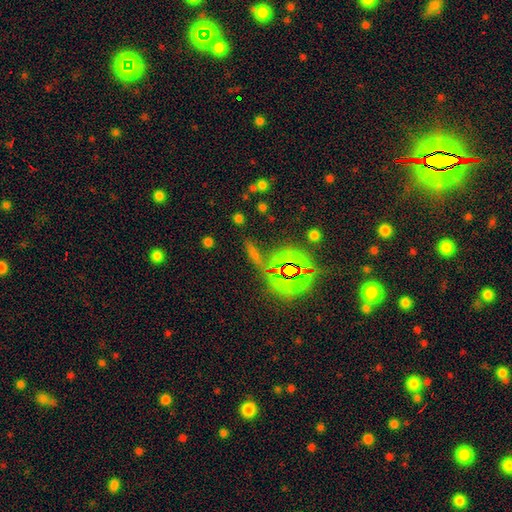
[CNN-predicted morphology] star or artifact 46%, smooth 41%, featured or disk 13%.